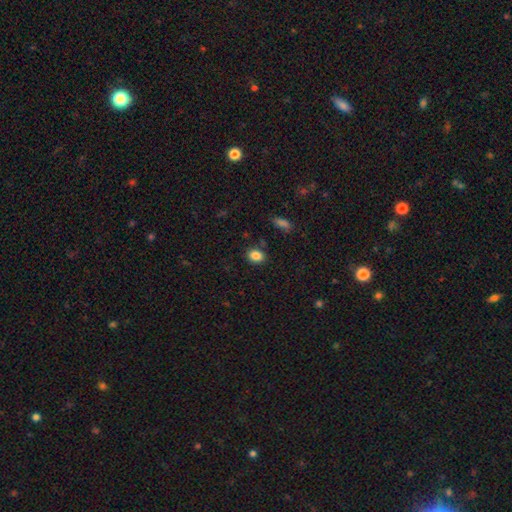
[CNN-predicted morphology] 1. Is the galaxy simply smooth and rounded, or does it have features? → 85% smooth, 10% star or artifact, 5% featured or disk.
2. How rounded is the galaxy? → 55% in between, 44% round, 1% cigar-shaped.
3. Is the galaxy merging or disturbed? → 84% none, 10% minor disturbance, 3% merger, 3% major disturbance.